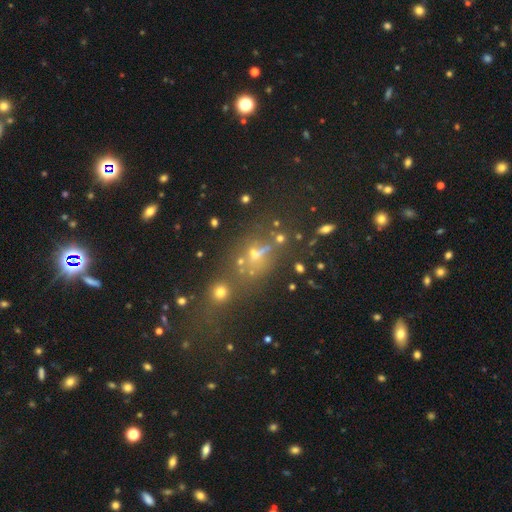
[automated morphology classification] Smooth or featured? Predicted: star or artifact (p=0.43).